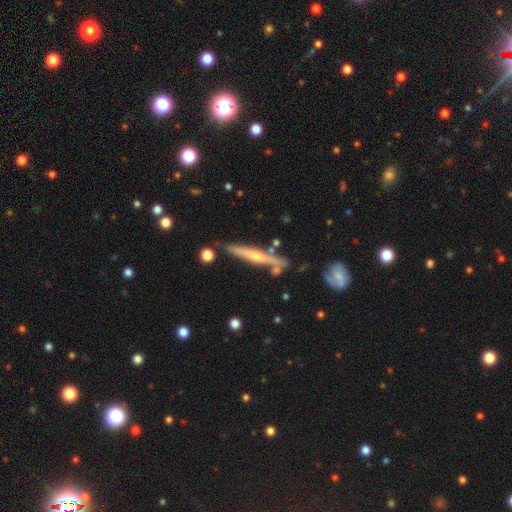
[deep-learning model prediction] Smooth or featured: featured or disk — 69% (smooth — 26%)
Edge-on disk: yes — 95% (no — 5%)
Edge-on bulge: rounded — 73% (none — 22%)
Merging: none — 76% (minor disturbance — 14%)